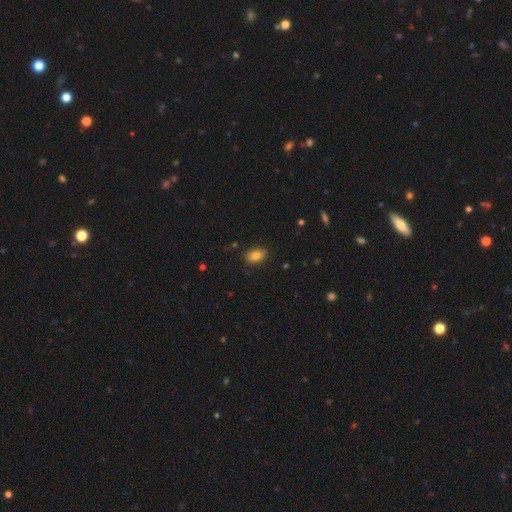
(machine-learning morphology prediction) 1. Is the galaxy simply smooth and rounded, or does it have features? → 85% smooth, 9% star or artifact, 5% featured or disk.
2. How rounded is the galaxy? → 86% in between, 12% round, 2% cigar-shaped.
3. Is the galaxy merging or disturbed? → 86% none, 10% minor disturbance, 3% major disturbance, 1% merger.